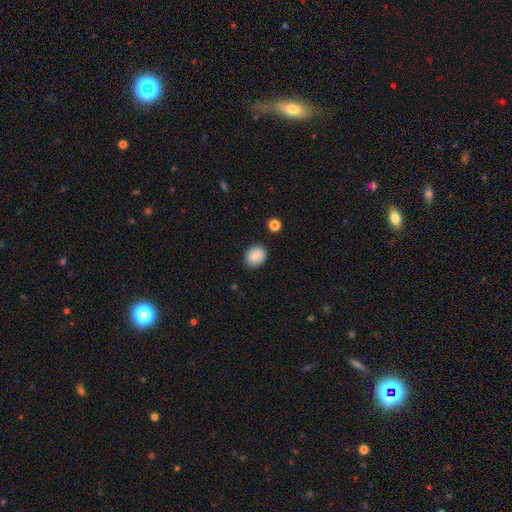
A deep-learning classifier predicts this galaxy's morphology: type=smooth (88%); roundness=round (54%); merging=none (87%).